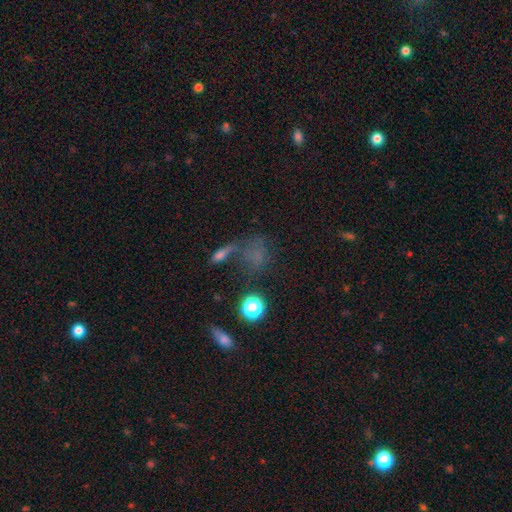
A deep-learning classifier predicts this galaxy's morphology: Smooth or featured?
  - smooth: 53% *
  - star or artifact: 29%
  - featured or disk: 18%
How rounded?
  - round: 53% *
  - in between: 40%
  - cigar-shaped: 6%
Merging?
  - none: 40% *
  - merger: 23%
  - major disturbance: 22%
  - minor disturbance: 16%